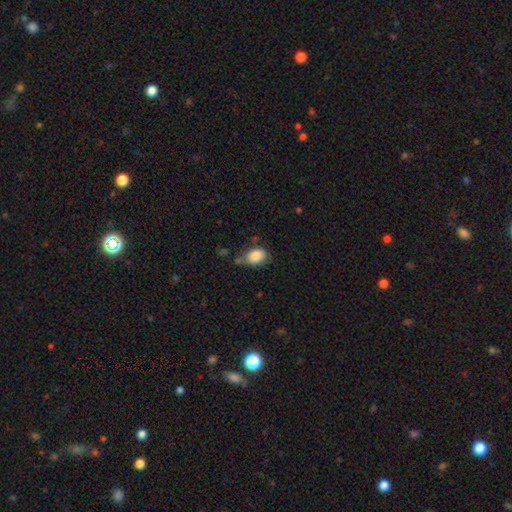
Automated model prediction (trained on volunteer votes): smooth_or_featured: smooth (p=0.86) [alt: star or artifact p=0.08]
how_rounded: in between (p=0.80) [alt: round p=0.19]
merging: none (p=0.60) [alt: minor disturbance p=0.27]